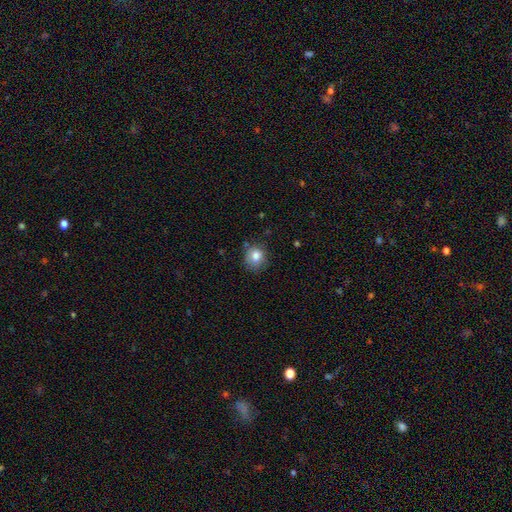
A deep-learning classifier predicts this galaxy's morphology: The model was most divided on "how rounded": round: 72%, in between: 27%, cigar-shaped: 1%. More confident: smooth or featured — smooth (80%); merging — none (71%).